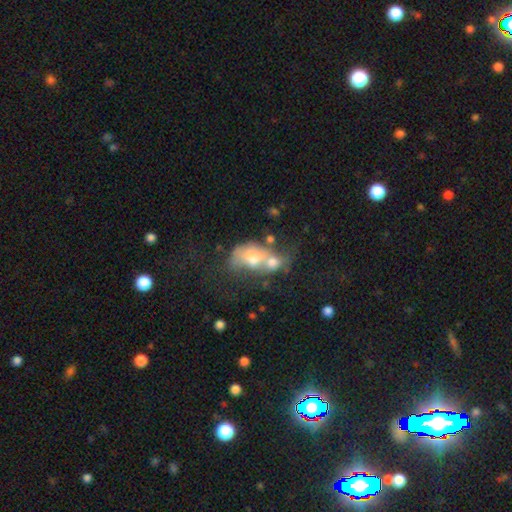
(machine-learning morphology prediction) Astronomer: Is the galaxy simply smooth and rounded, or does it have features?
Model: smooth — 48% (runner-up: featured or disk, 38%).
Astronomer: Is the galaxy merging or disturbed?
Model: merger — 60%.